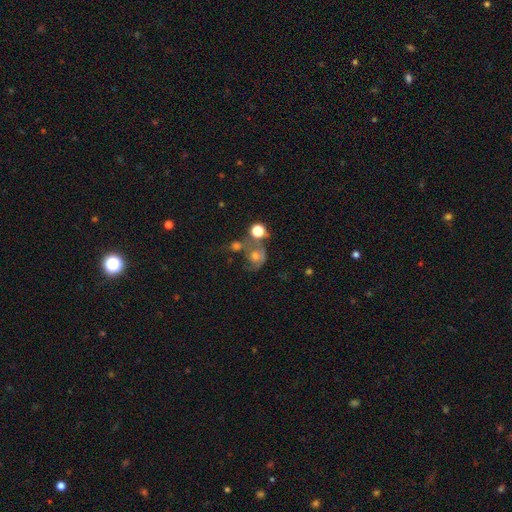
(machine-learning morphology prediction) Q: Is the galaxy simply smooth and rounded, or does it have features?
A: smooth — 41%.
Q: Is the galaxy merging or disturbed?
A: none — 36%.